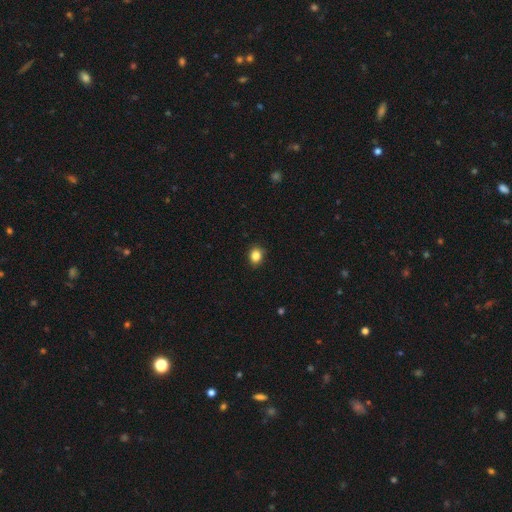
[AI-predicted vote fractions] Smooth or featured: smooth — 85% (star or artifact — 11%)
How rounded: round — 58% (in between — 41%)
Merging: none — 88% (minor disturbance — 9%)